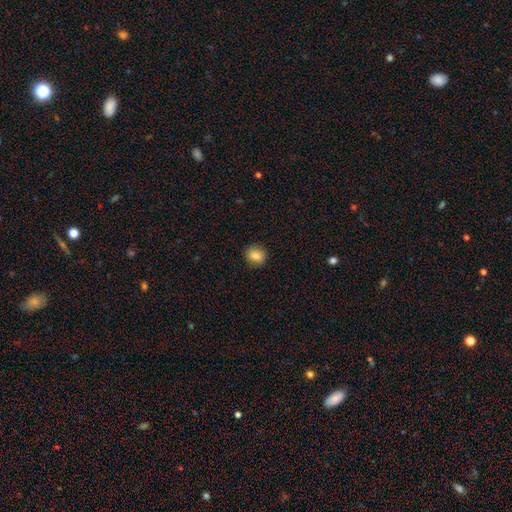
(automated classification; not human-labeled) A smooth galaxy with no disk features (84%) that is round (79%).

Vote fractions:
- Smooth or featured? smooth: 84% / star or artifact: 9% / featured or disk: 7%
- How rounded? round: 79% / in between: 20% / cigar-shaped: 1%
- Merging? none: 89% / minor disturbance: 8% / major disturbance: 2% / merger: 1%